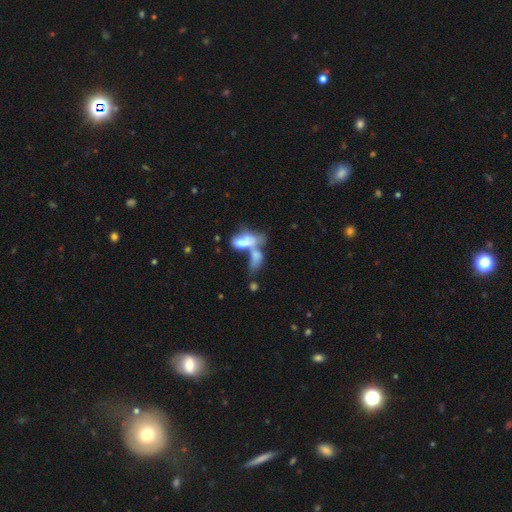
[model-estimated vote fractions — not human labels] The model was most divided on "smooth or featured": smooth: 61%, featured or disk: 30%, star or artifact: 9%. More confident: how rounded — in between (82%); merging — merger (71%).